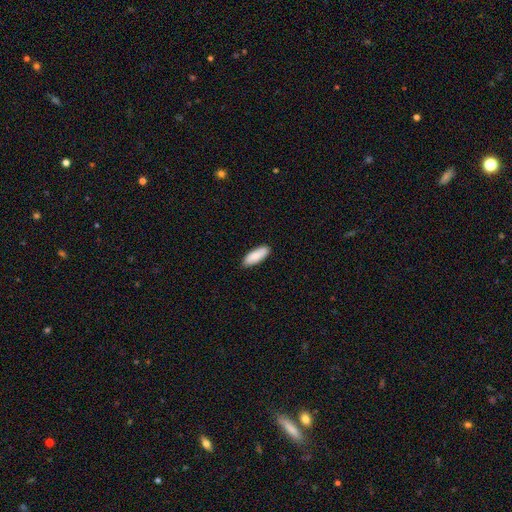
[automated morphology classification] smooth_or_featured: smooth (p=0.88) [alt: featured or disk p=0.06]
how_rounded: in between (p=0.67) [alt: cigar-shaped p=0.32]
merging: none (p=0.88) [alt: minor disturbance p=0.09]